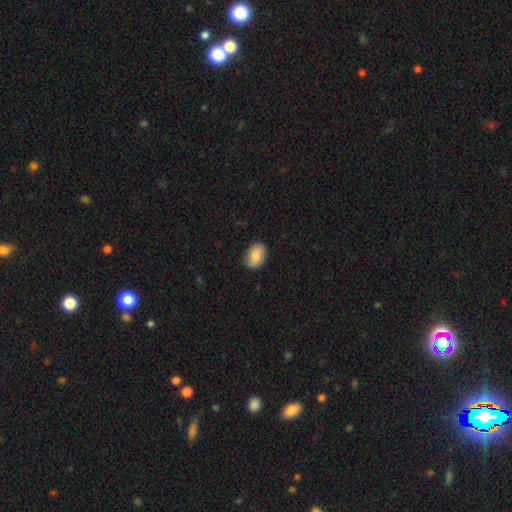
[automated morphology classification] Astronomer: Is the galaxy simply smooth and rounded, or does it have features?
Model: smooth — 86%.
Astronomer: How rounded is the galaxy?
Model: in between — 82%.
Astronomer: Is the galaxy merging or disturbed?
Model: none — 84%.